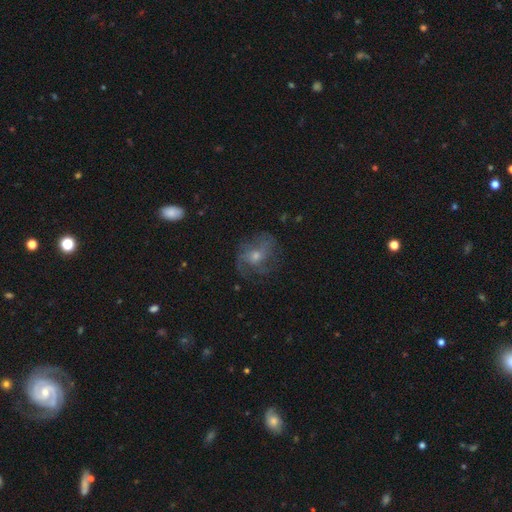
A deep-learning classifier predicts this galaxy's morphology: type=featured or disk (71%); edge-on=no (97%); bar=no (63%); spiral arms=yes (87%); winding=medium (48%); arm count=3 (29%); bulge=moderate (48%); merging=none (65%).